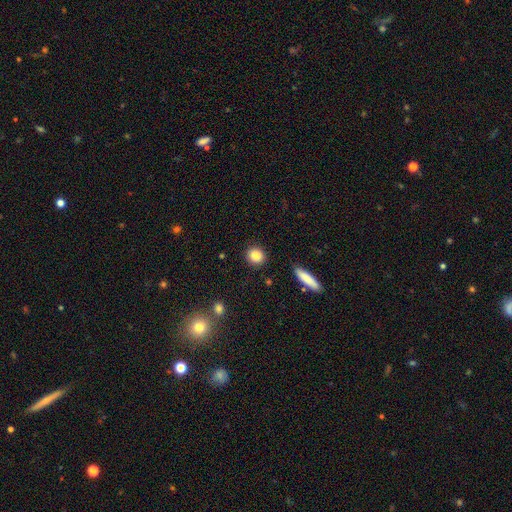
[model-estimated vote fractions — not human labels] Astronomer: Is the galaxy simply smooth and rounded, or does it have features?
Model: smooth — 86%.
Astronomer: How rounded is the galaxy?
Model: round — 80%.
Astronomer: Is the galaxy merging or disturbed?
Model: none — 89%.